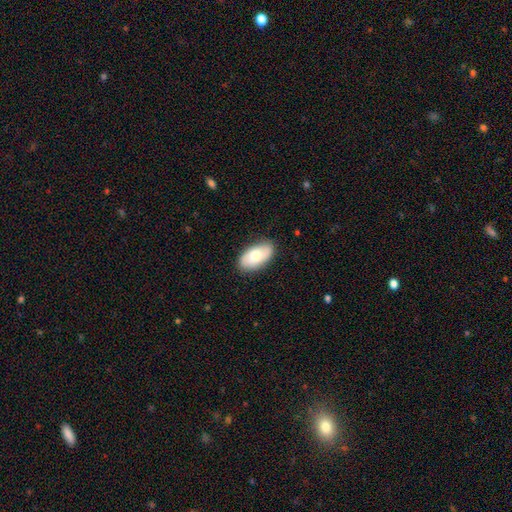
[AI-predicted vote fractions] The model was most divided on "smooth or featured": smooth: 69%, featured or disk: 25%, star or artifact: 6%. More confident: how rounded — in between (94%); merging — none (84%).